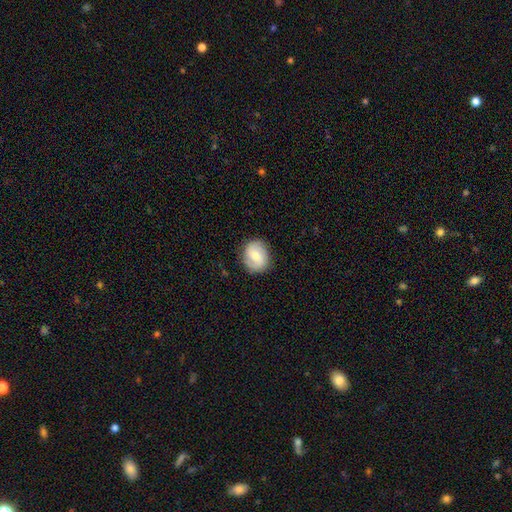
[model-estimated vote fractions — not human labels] The model was most divided on "smooth or featured": smooth: 57%, featured or disk: 36%, star or artifact: 7%. More confident: merging — none (83%); how rounded — round (68%).